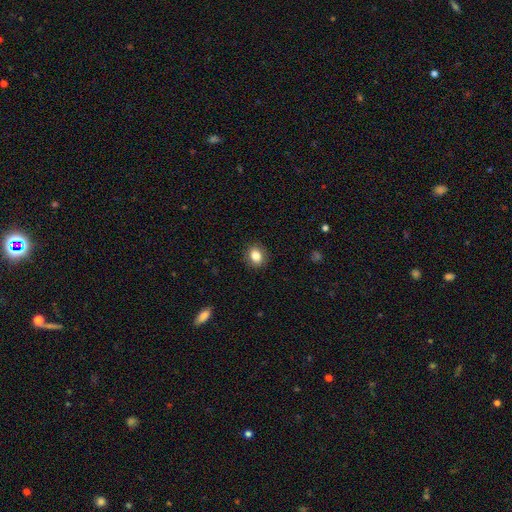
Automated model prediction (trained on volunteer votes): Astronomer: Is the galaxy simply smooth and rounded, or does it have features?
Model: smooth — 84%.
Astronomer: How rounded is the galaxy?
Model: round — 51% (runner-up: in between, 48%).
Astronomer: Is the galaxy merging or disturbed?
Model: none — 88%.